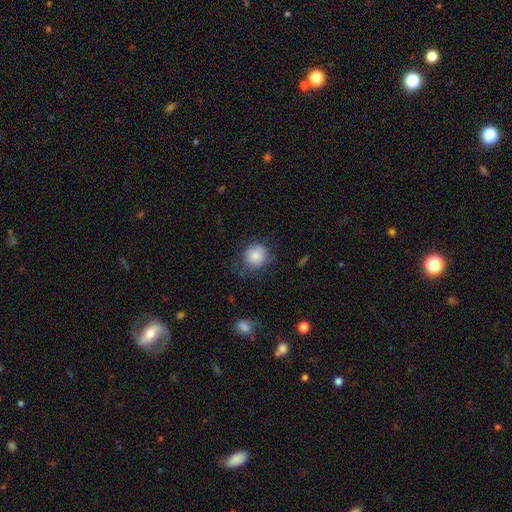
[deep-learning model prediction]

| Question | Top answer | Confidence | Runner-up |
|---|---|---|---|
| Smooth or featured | smooth | 84% | star or artifact (8%) |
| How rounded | round | 88% | in between (11%) |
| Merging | none | 70% | minor disturbance (21%) |